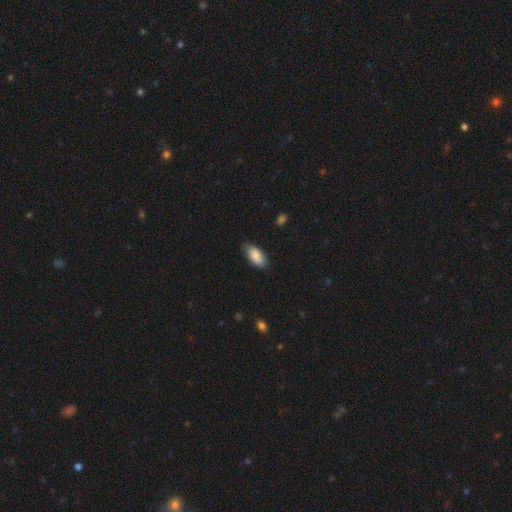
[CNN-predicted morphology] smooth_or_featured: smooth (p=0.86) [alt: featured or disk p=0.08]
how_rounded: in between (p=0.92) [alt: cigar-shaped p=0.06]
merging: none (p=0.77) [alt: minor disturbance p=0.19]